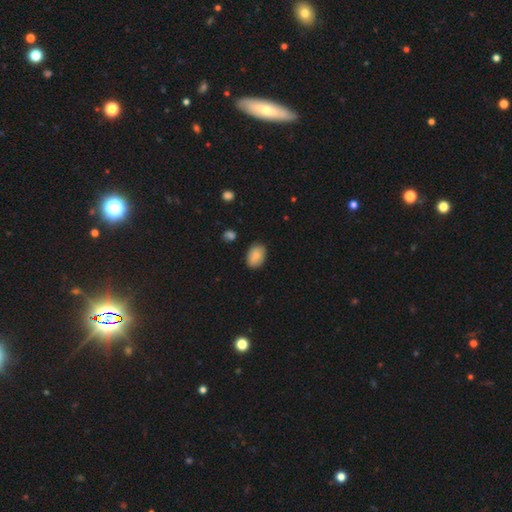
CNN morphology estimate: Smooth or featured? Predicted: smooth (p=0.89). How rounded? Predicted: in between (p=0.85). Merging? Predicted: none (p=0.83).